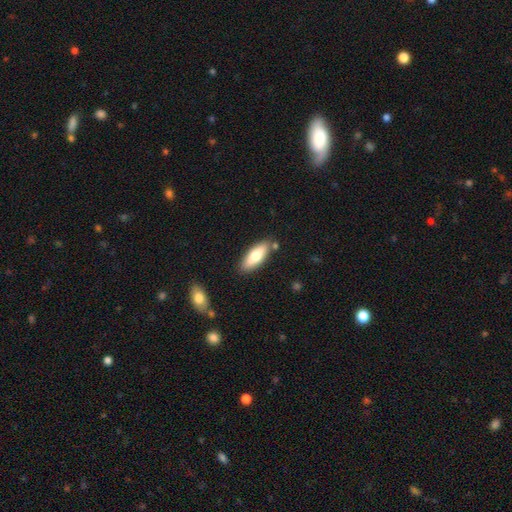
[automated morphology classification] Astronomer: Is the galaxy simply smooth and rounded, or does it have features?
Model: smooth — 73%.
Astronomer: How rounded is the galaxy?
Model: in between — 65%.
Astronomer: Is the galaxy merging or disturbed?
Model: none — 82%.